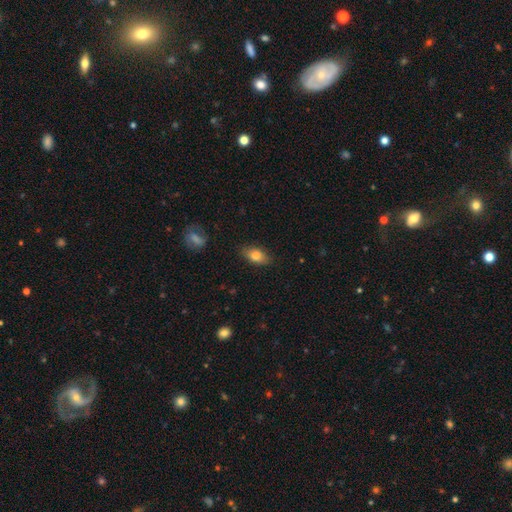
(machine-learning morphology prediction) smooth-or-featured: smooth: 79% | featured or disk: 13% | star or artifact: 8%
  how-rounded: in between: 87% | cigar-shaped: 7% | round: 6%
  merging: none: 85% | minor disturbance: 12% | major disturbance: 2% | merger: 1%